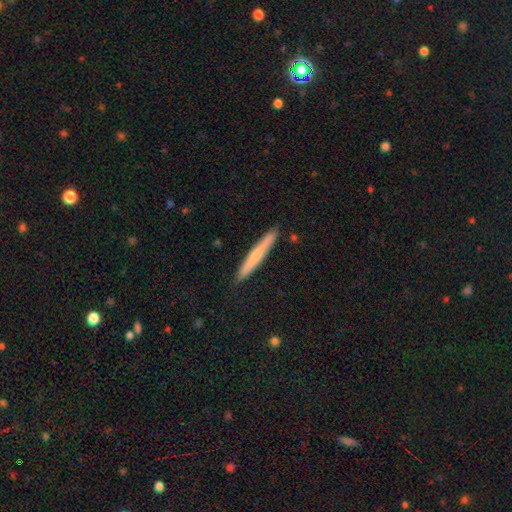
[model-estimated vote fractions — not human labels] This appears to be a smooth galaxy with no disk features (58%) that is cigar-shaped (96%). Merging: none (91%).